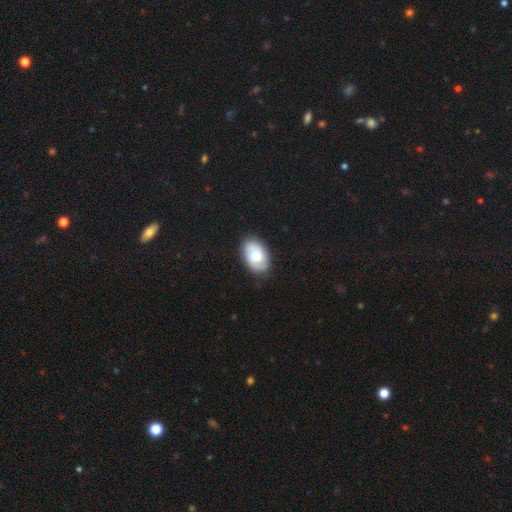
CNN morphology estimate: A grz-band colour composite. It shows a smooth galaxy with no disk features (54%) that is in between round and cigar-shaped (90%). Merging: none (82%).